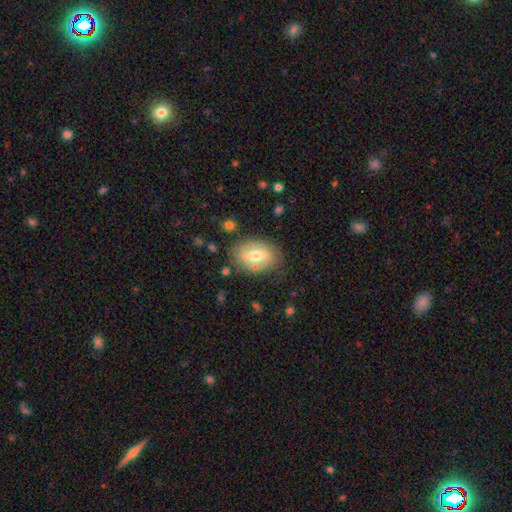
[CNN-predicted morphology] A smooth galaxy with no disk features (50%). Merging: none (74%).